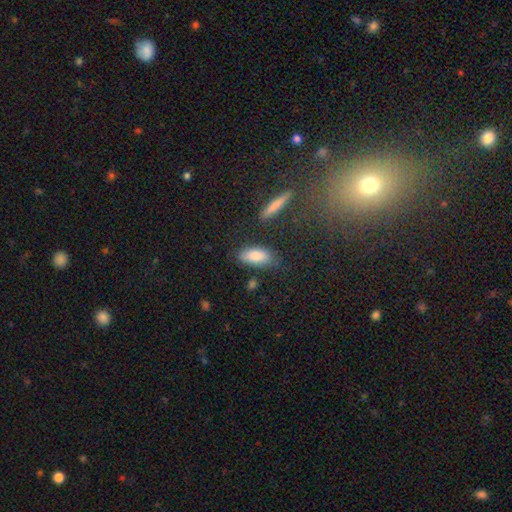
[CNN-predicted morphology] type=smooth (83%); roundness=in between (83%); merging=none (74%).